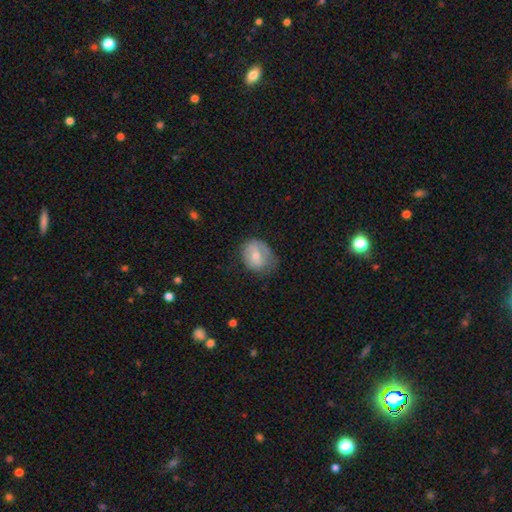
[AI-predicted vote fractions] A smooth galaxy with no disk features (59%) that is round (53%).

Vote fractions:
- Smooth or featured? smooth: 59% / featured or disk: 34% / star or artifact: 7%
- How rounded? round: 53% / in between: 46% / cigar-shaped: 1%
- Merging? none: 51% / minor disturbance: 33% / major disturbance: 14% / merger: 2%